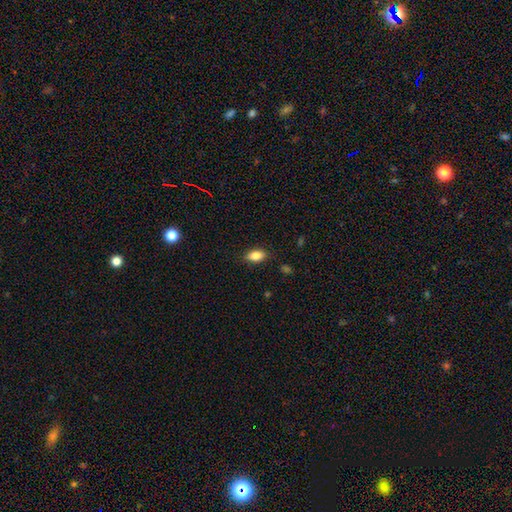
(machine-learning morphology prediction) Overall: smooth (84%). How rounded: in between (89%). Merging: none (86%).